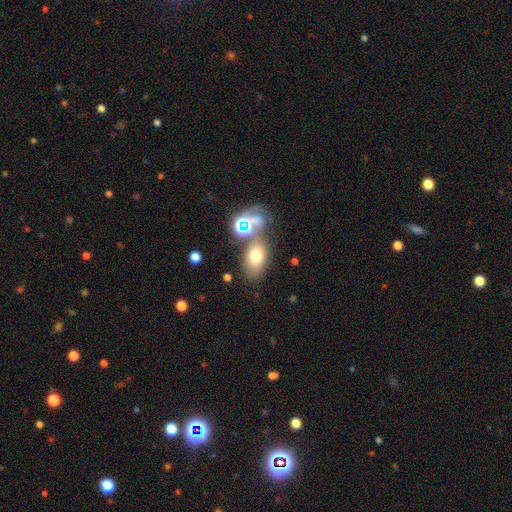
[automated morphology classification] A smooth galaxy with no disk features (66%) that is in between round and cigar-shaped (82%).

Vote fractions:
- Smooth or featured? smooth: 66% / star or artifact: 17% / featured or disk: 17%
- How rounded? in between: 82% / round: 16% / cigar-shaped: 2%
- Merging? none: 53% / merger: 23% / minor disturbance: 15% / major disturbance: 9%